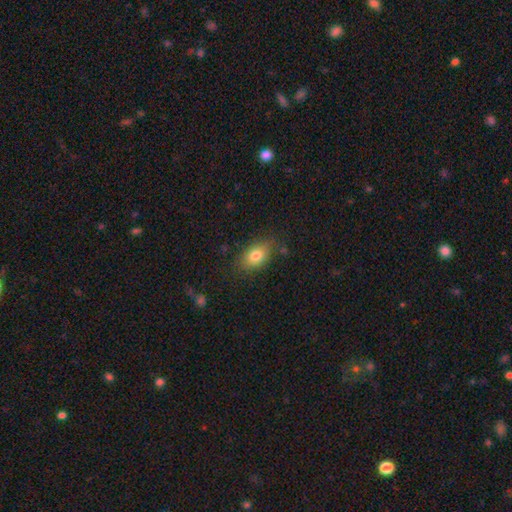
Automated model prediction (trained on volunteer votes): smooth 80%, featured or disk 11%, star or artifact 9%. Down the decision tree: how rounded — in between (84%); merging — none (79%).